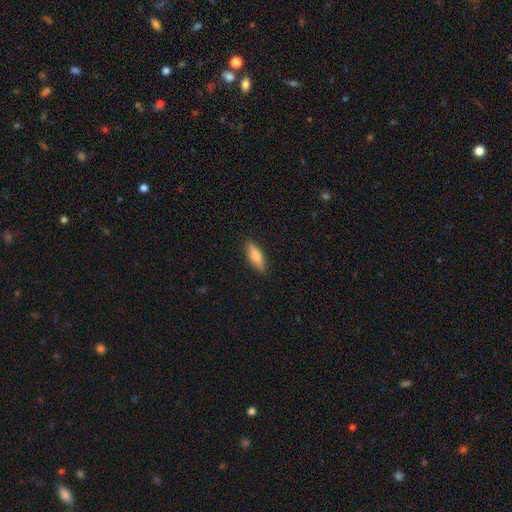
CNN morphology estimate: This is likely a smooth galaxy (71%). How rounded: possibly cigar-shaped (50%). Merging: clearly none (87%).